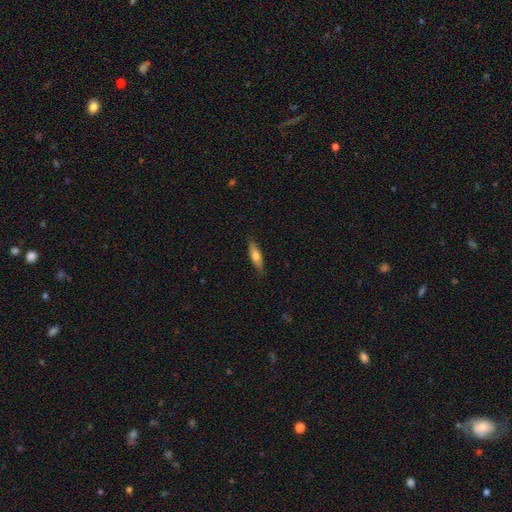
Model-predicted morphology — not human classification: Smooth or featured? Predicted: smooth (p=0.60). How rounded? Predicted: cigar-shaped (p=0.59). Merging? Predicted: none (p=0.86).